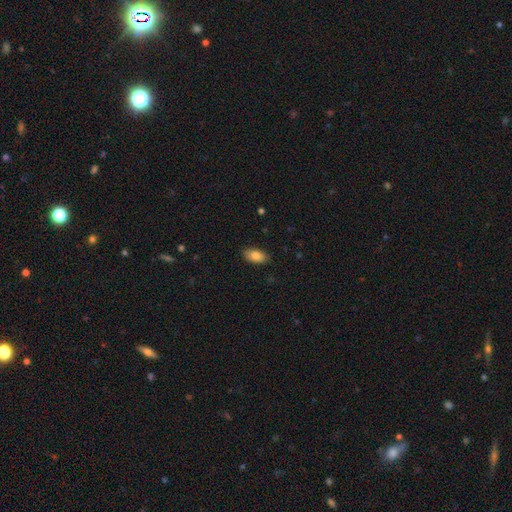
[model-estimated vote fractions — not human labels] The model was most divided on "smooth or featured": smooth: 83%, featured or disk: 10%, star or artifact: 7%. More confident: how rounded — in between (92%); merging — none (87%).